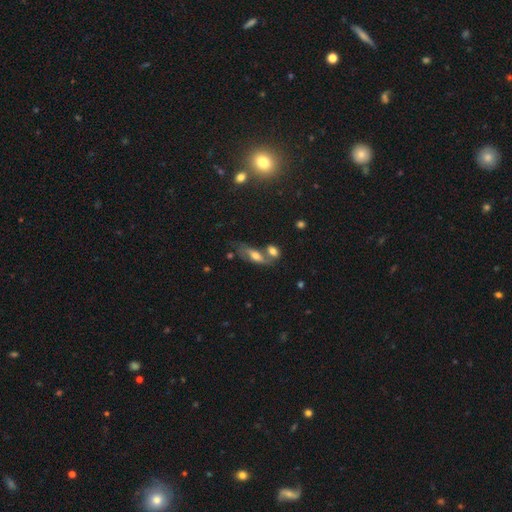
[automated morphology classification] Q: Smooth or featured?
A: smooth (51%); runner-up: featured or disk (38%)
Q: How rounded?
A: in between (69%); runner-up: cigar-shaped (26%)
Q: Merging?
A: merger (38%); tied with: none (38%)